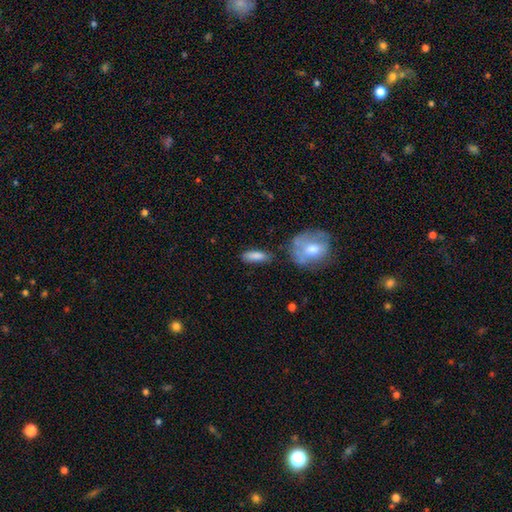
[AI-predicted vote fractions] The model was most divided on "how rounded": in between: 56%, cigar-shaped: 41%, round: 3%. More confident: smooth or featured — smooth (83%); merging — none (73%).